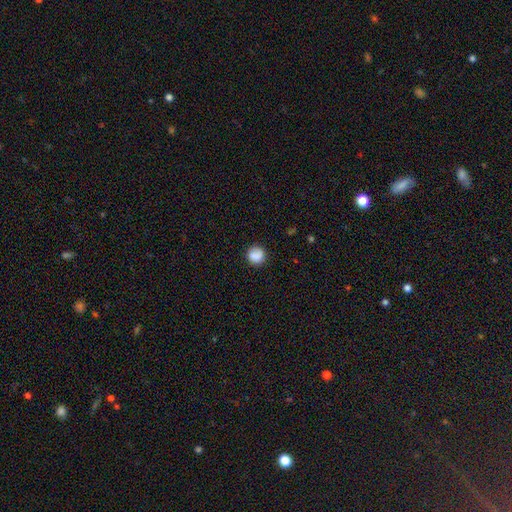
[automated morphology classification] Smooth or featured? Predicted: smooth (p=0.86). How rounded? Predicted: round (p=0.92). Merging? Predicted: none (p=0.83).